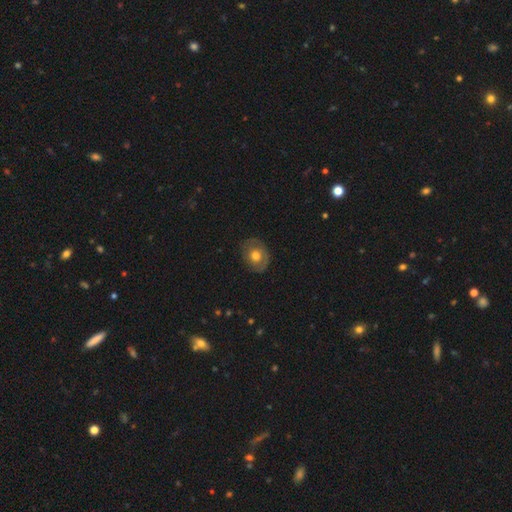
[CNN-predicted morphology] Overall: smooth (57%; featured or disk 35%). How rounded: round (59%; in between 40%). Merging: none (79%).